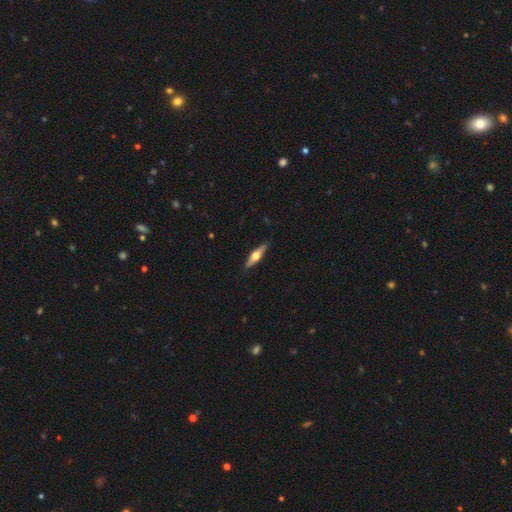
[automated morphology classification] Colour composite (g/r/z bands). It shows a featured or disk galaxy (64%) viewed edge-on (96%) with a rounded central bulge (95%). Merging: none (89%).